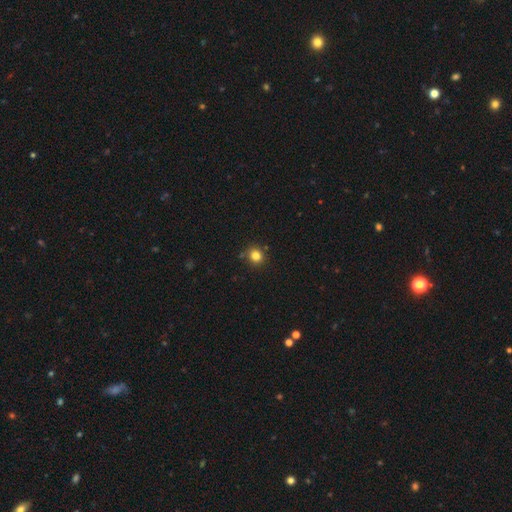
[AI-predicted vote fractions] The model was most divided on "smooth or featured": smooth: 82%, star or artifact: 13%, featured or disk: 5%. More confident: how rounded — round (87%); merging — none (86%).